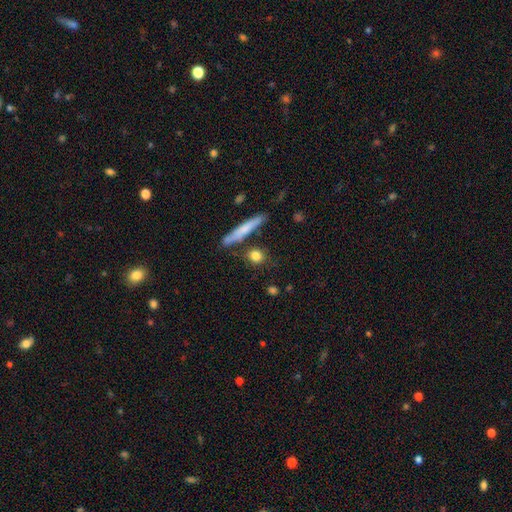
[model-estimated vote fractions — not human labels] Smooth or featured: smooth — 80% (featured or disk — 12%)
How rounded: round — 59% (cigar-shaped — 24%)
Merging: none — 78% (minor disturbance — 11%)